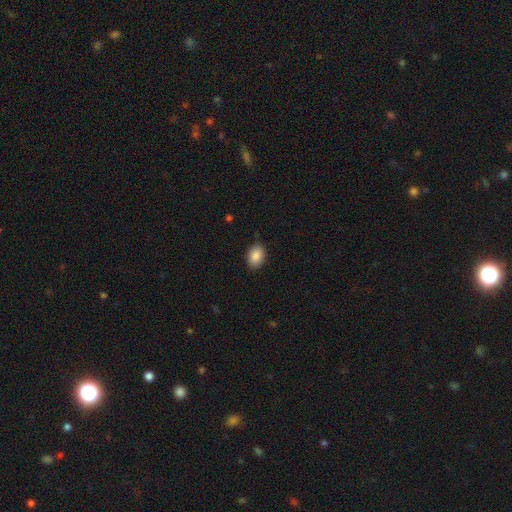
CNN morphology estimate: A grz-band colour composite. It shows a smooth galaxy with no disk features (89%) that is in between round and cigar-shaped (80%). Merging: none (86%).